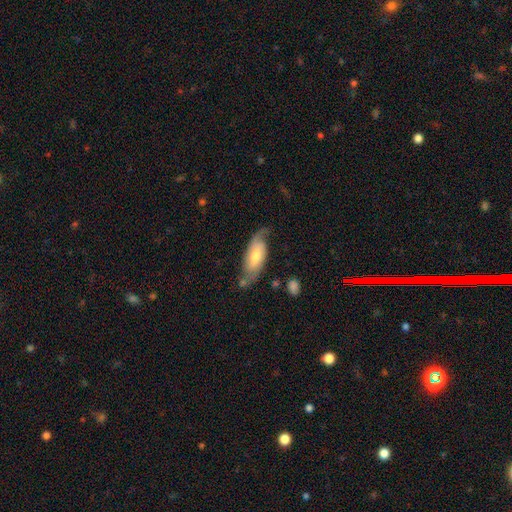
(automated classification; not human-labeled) A featured or disk galaxy (62%) with no bar (52%), spiral arms (90%) and a moderate central bulge (51%).

Vote fractions:
- Smooth or featured? featured or disk: 62% / smooth: 32% / star or artifact: 6%
- Edge-on disk? no: 89% / yes: 11%
- Bar? no: 52% / weak: 36% / strong: 12%
- Spiral arms? yes: 90% / no: 10%
- Bulge size? moderate: 51% / small: 34% / large: 9% / none: 4% / dominant: 2%
- Merging? none: 63% / minor disturbance: 23% / major disturbance: 10% / merger: 4%